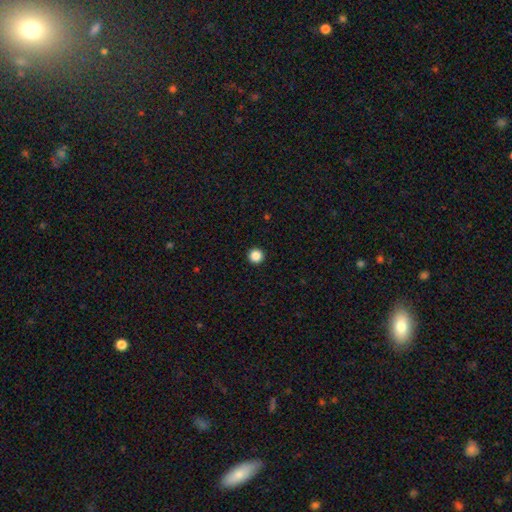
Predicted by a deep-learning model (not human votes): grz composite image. It shows a smooth galaxy with no disk features (87%) that is round (97%). Merging: none (94%).